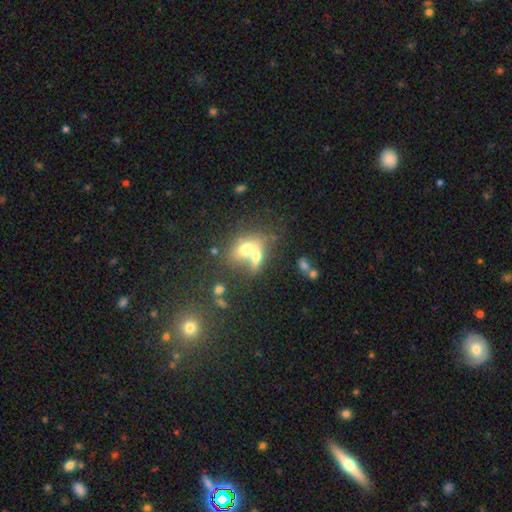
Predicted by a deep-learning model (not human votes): The model was most divided on "smooth or featured": smooth: 64%, featured or disk: 25%, star or artifact: 11%. More confident: how rounded — in between (72%); merging — merger (64%).